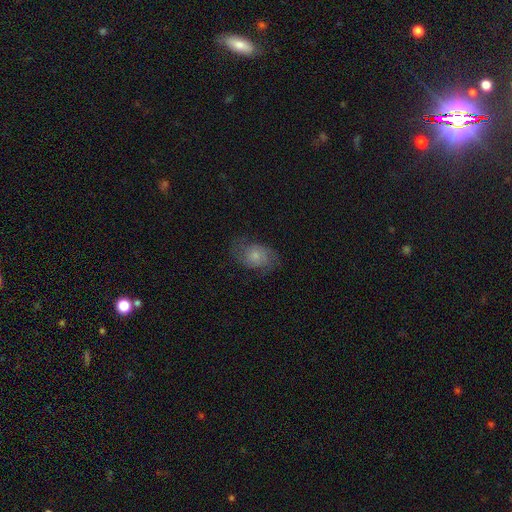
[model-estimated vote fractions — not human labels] Morphology: type=smooth (48%); merging=none (65%).